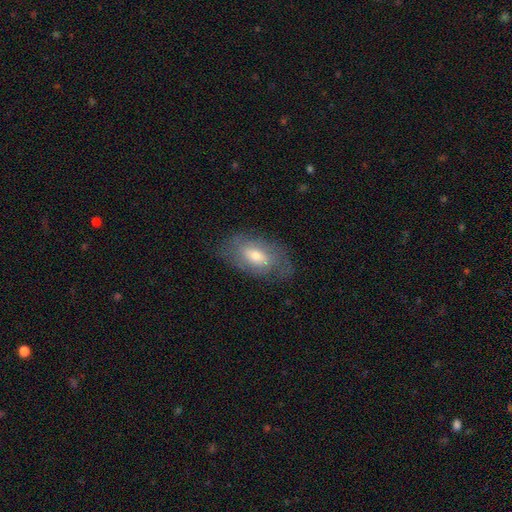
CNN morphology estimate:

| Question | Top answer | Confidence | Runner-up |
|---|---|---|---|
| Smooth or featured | smooth | 48% | featured or disk (44%) |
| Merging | none | 71% | minor disturbance (20%) |